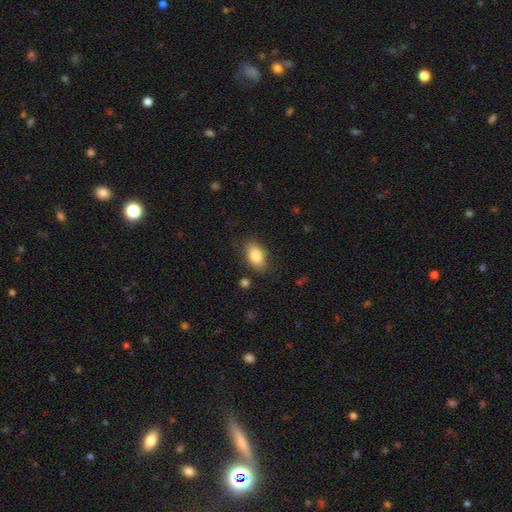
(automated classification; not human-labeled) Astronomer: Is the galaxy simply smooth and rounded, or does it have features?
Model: smooth — 85%.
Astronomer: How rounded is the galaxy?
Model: in between — 90%.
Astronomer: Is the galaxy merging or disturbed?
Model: none — 82%.